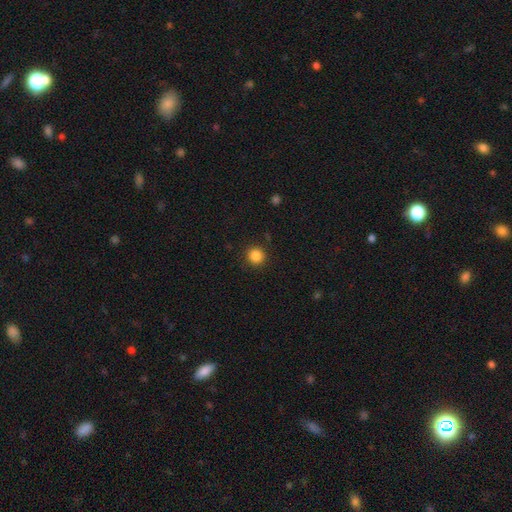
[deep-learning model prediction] Smooth or featured? smooth (86%)
How rounded? round (93%)
Merging? none (90%)